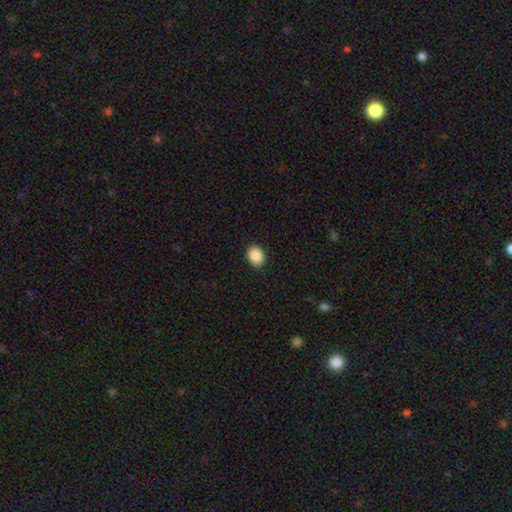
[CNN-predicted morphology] This is clearly a smooth galaxy (89%). How rounded: possibly in between (57%). Merging: clearly none (90%).